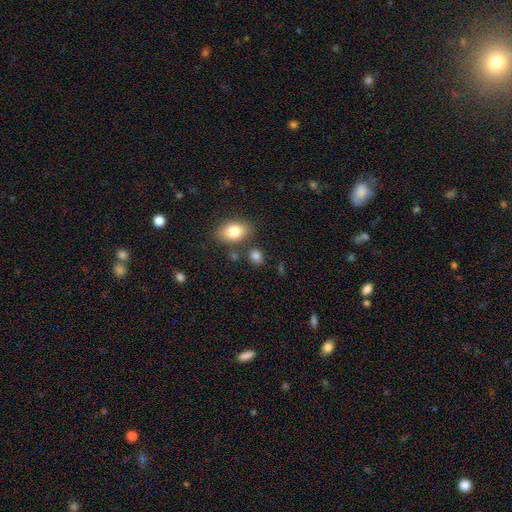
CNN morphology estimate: The model was most divided on "how rounded": in between: 71%, round: 26%, cigar-shaped: 3%. More confident: smooth or featured — smooth (80%); merging — none (77%).